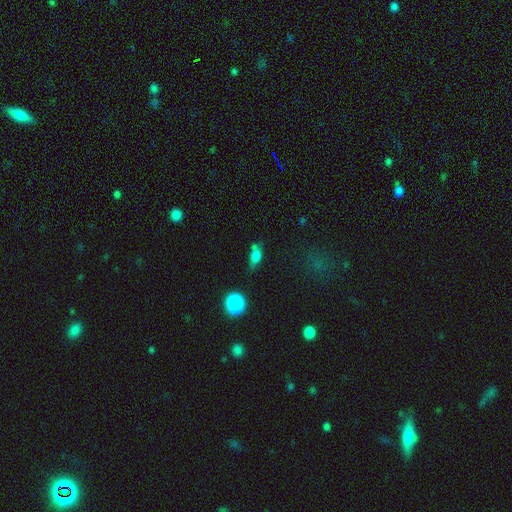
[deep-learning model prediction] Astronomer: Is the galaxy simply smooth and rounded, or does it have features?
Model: smooth — 68%.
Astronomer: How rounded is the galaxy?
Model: in between — 69%.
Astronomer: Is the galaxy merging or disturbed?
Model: none — 49%.